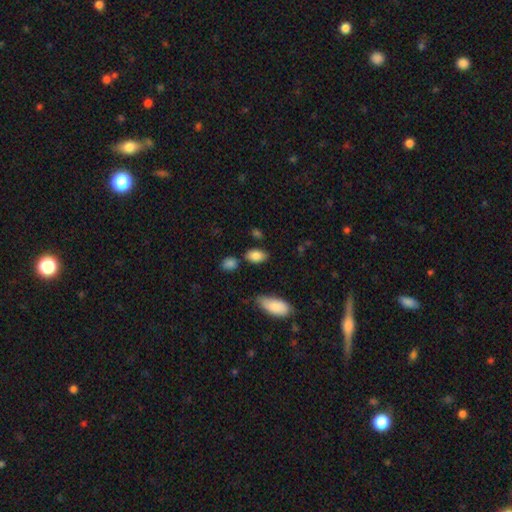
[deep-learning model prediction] Smooth or featured? Predicted: smooth (p=0.86). How rounded? Predicted: in between (p=0.90). Merging? Predicted: none (p=0.77).